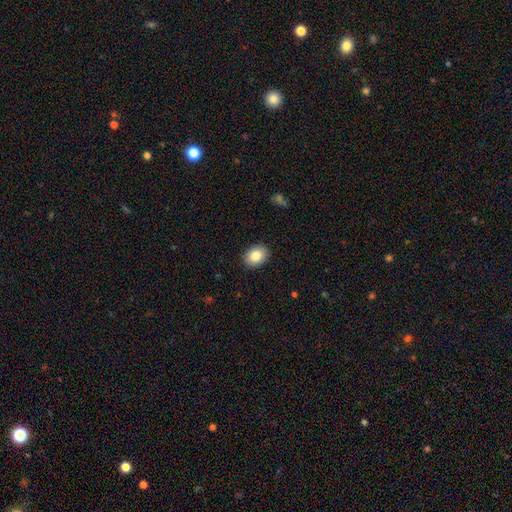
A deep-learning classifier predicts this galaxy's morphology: A smooth galaxy with no disk features (85%) that is in between round and cigar-shaped (66%). Merging: none (89%).